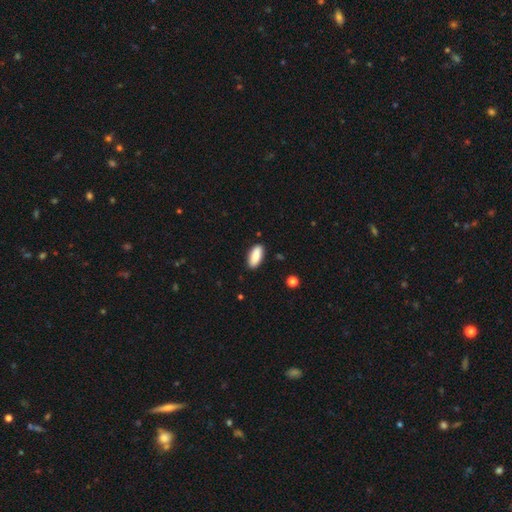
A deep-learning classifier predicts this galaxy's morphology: Smooth or featured? smooth (88%)
How rounded? in between (84%)
Merging? none (87%)